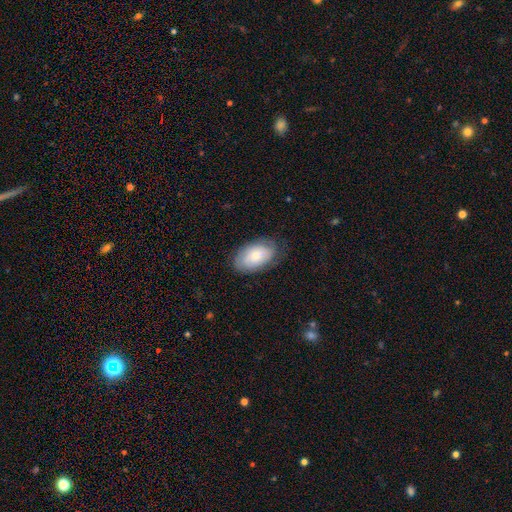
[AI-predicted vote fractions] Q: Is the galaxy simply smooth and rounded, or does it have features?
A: smooth — 69%.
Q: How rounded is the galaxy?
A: in between — 93%.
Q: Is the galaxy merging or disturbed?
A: none — 78%.